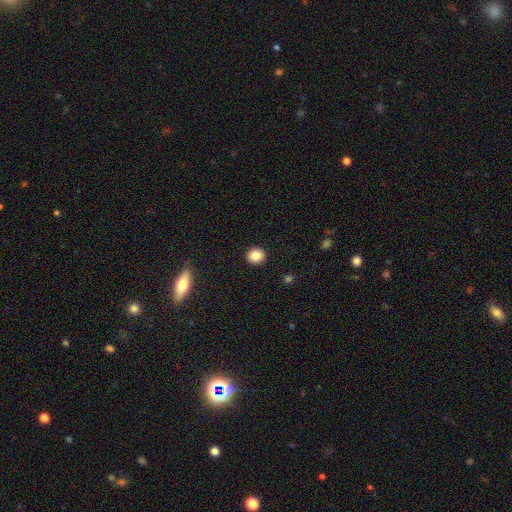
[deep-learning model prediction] A smooth galaxy with no disk features (86%) that is round (86%).

Vote fractions:
- Smooth or featured? smooth: 86% / star or artifact: 9% / featured or disk: 5%
- How rounded? round: 86% / in between: 13% / cigar-shaped: 1%
- Merging? none: 93% / minor disturbance: 5% / major disturbance: 2% / merger: 1%